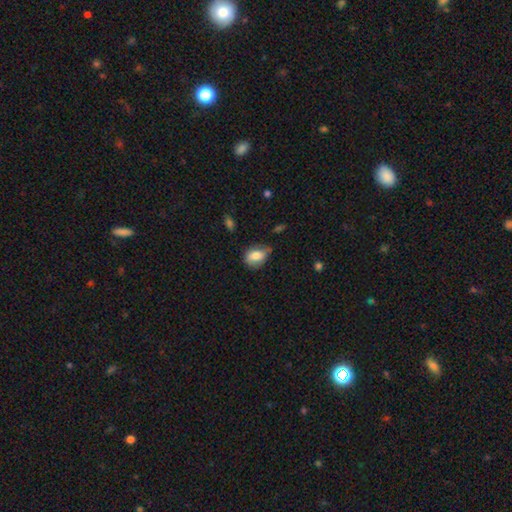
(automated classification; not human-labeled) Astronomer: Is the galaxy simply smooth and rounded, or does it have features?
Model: smooth — 75%.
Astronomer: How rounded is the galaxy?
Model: in between — 70%.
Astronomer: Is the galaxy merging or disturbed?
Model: none — 58%.